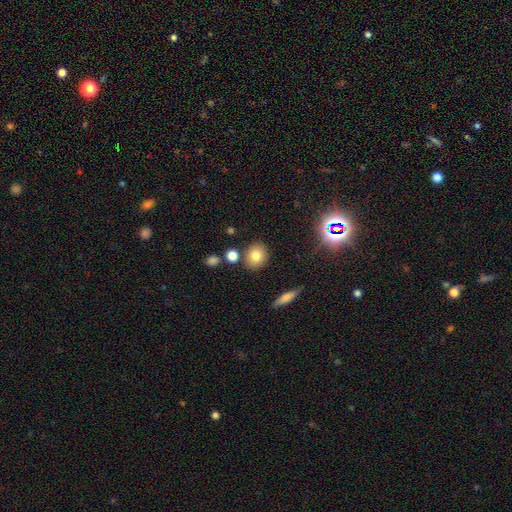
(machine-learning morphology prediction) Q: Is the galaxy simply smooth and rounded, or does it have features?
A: smooth — 78%.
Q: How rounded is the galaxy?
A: round — 65%.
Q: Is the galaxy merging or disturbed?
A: none — 83%.